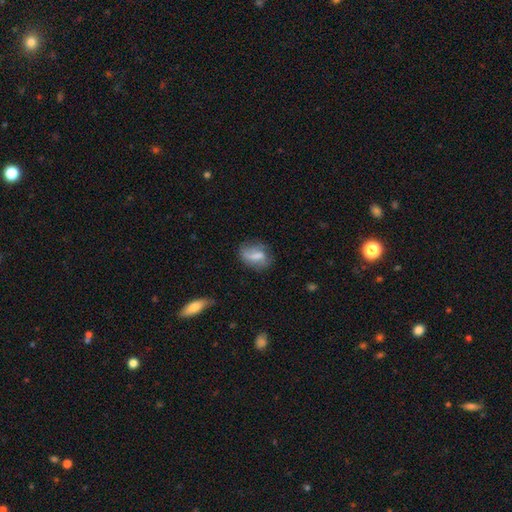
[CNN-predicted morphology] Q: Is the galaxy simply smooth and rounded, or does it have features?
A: smooth — 61%.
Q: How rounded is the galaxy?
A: in between — 75%.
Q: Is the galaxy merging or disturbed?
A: none — 53%.